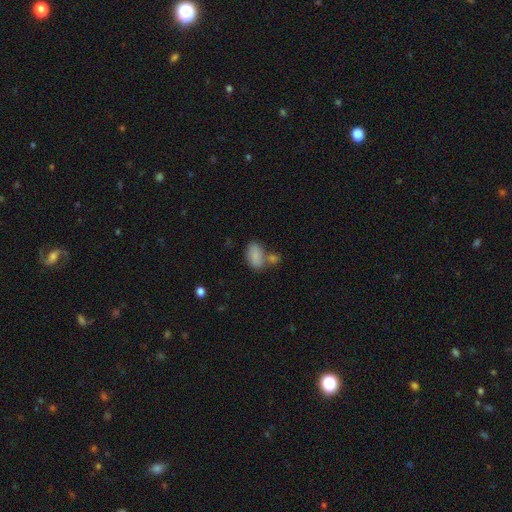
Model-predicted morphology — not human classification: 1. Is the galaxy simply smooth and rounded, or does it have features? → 84% smooth, 8% star or artifact, 8% featured or disk.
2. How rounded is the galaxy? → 92% in between, 6% round, 2% cigar-shaped.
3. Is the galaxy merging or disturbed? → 44% none, 35% merger, 15% minor disturbance, 6% major disturbance.